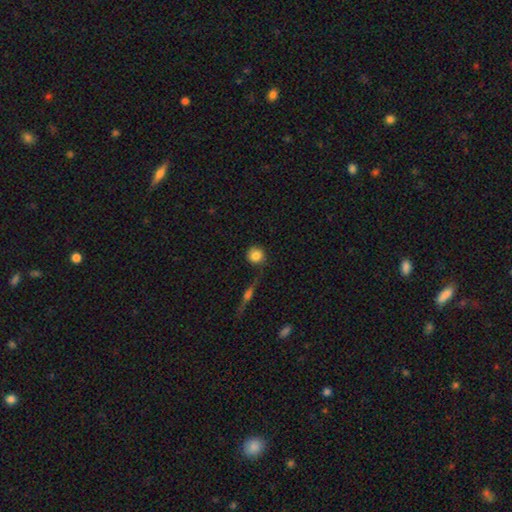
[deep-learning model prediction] Smooth or featured?
  - smooth: 84% *
  - star or artifact: 9%
  - featured or disk: 7%
How rounded?
  - round: 92% *
  - in between: 7%
  - cigar-shaped: 1%
Merging?
  - none: 78% *
  - minor disturbance: 12%
  - merger: 6%
  - major disturbance: 4%